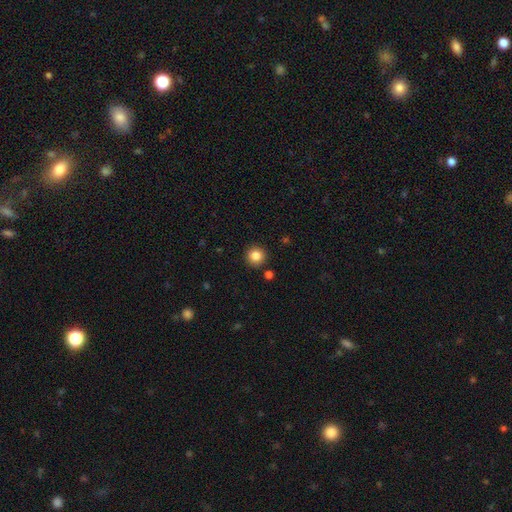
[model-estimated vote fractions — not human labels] smooth-or-featured: smooth: 84% | star or artifact: 11% | featured or disk: 5%
  how-rounded: round: 95% | in between: 4% | cigar-shaped: 1%
  merging: none: 90% | minor disturbance: 5% | merger: 2% | major disturbance: 2%